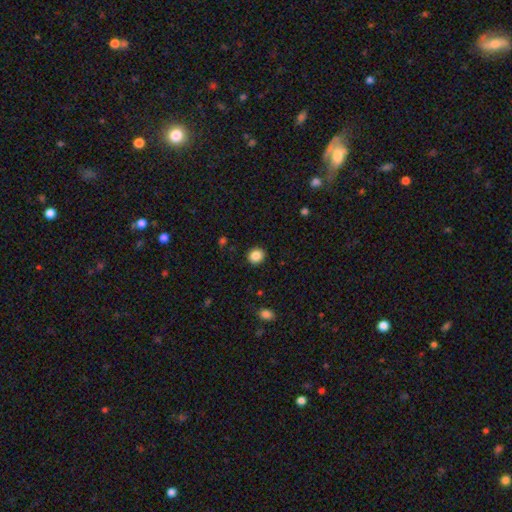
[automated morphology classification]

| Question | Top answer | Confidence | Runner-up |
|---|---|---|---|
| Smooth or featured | smooth | 87% | star or artifact (10%) |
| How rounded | round | 82% | in between (17%) |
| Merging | none | 91% | minor disturbance (6%) |